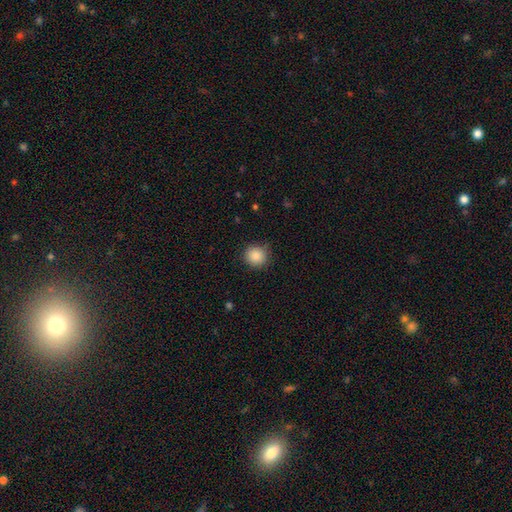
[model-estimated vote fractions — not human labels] Q: Smooth or featured?
A: smooth (87%); runner-up: star or artifact (9%)
Q: How rounded?
A: round (92%); runner-up: in between (7%)
Q: Merging?
A: none (86%); runner-up: minor disturbance (10%)